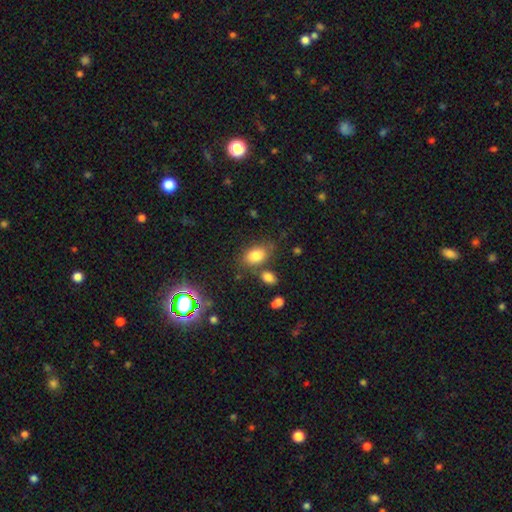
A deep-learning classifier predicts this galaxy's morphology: smooth 81%, star or artifact 10%, featured or disk 9%. Down the decision tree: how rounded — in between (84%); merging — none (68%).